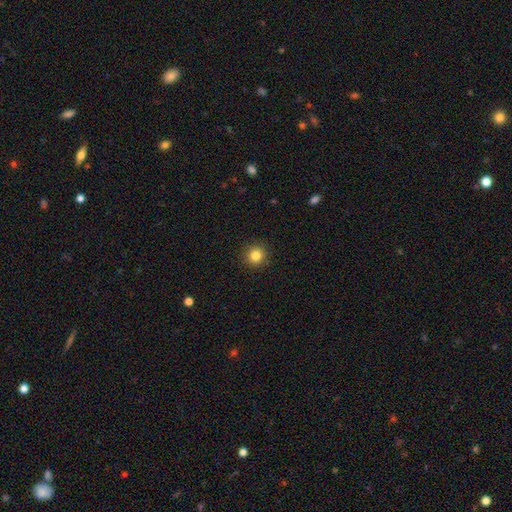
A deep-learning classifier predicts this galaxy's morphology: Smooth or featured? smooth (84%)
How rounded? round (93%)
Merging? none (91%)